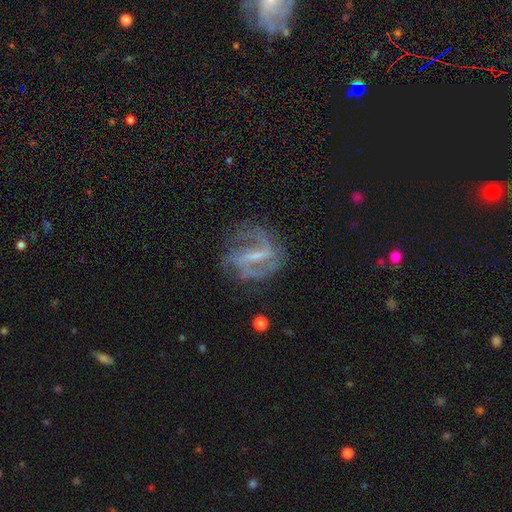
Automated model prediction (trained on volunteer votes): Smooth or featured? featured or disk (84%)
Edge-on disk? no (96%)
Bar? strong (53%)
Spiral arms? yes (92%)
Spiral winding? medium (47%)
Spiral arm count? 2 (61%)
Bulge size? small (48%)
Merging? none (65%)